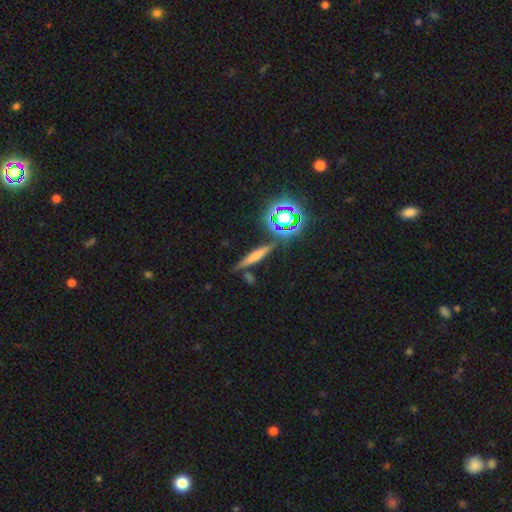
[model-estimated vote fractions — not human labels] smooth_or_featured: smooth (p=0.49) [alt: featured or disk p=0.34]
merging: none (p=0.77) [alt: minor disturbance p=0.12]